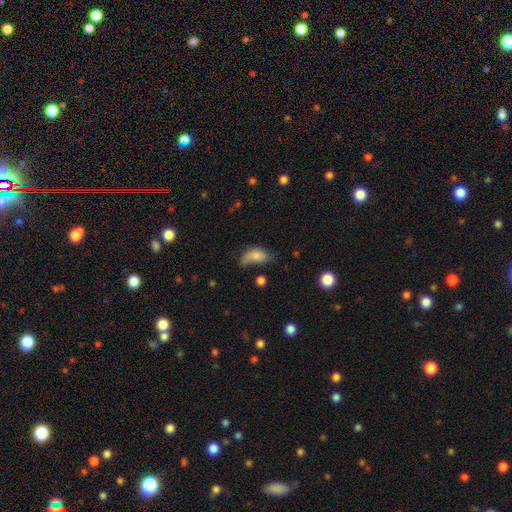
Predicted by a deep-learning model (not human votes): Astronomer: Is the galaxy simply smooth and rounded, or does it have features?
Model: smooth — 78%.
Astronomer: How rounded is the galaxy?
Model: in between — 90%.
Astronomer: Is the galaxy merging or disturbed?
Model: minor disturbance — 38% (runner-up: none, 30%).